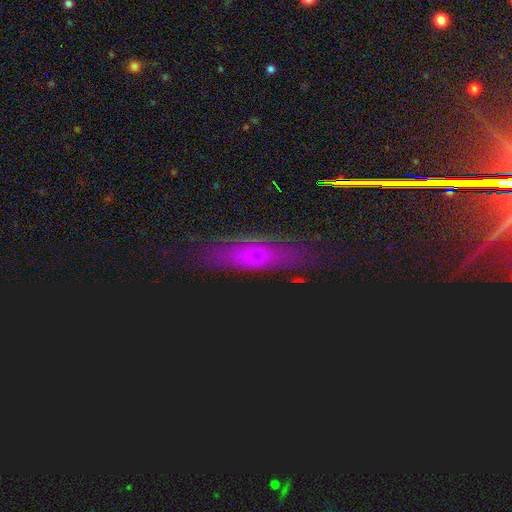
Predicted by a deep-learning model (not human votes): Smooth or featured? Predicted: smooth (p=0.37). Merging? Predicted: none (p=0.80).